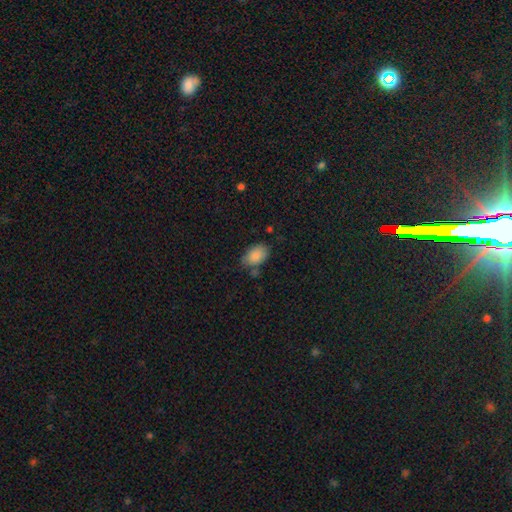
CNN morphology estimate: Q: Smooth or featured?
A: smooth (87%); runner-up: star or artifact (7%)
Q: How rounded?
A: in between (89%); runner-up: round (10%)
Q: Merging?
A: none (64%); runner-up: minor disturbance (23%)